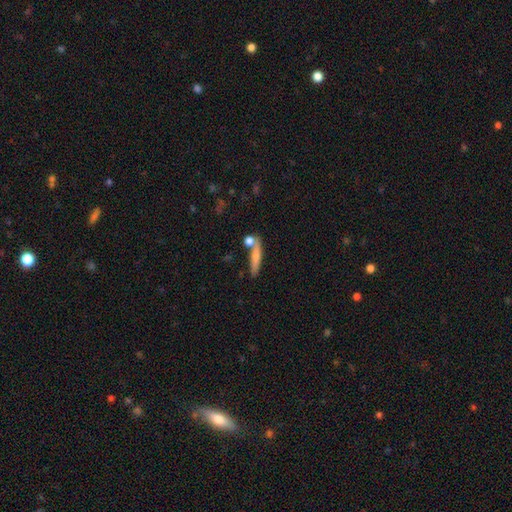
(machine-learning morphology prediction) smooth 66%, featured or disk 27%, star or artifact 7%. Down the decision tree: how rounded — cigar-shaped (84%); merging — none (67%).